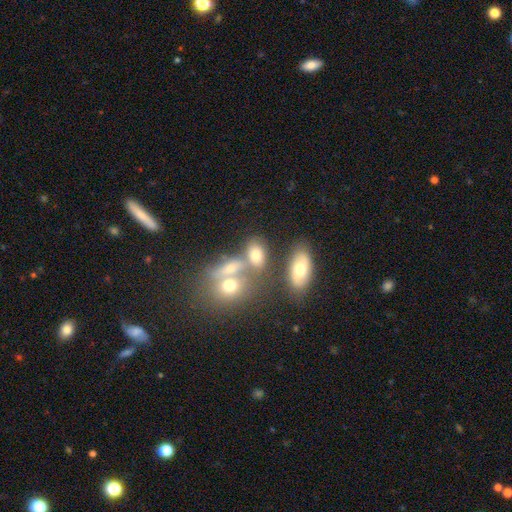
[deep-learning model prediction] A smooth galaxy with no disk features (70%) that is in between round and cigar-shaped (79%).

Vote fractions:
- Smooth or featured? smooth: 70% / featured or disk: 17% / star or artifact: 13%
- How rounded? in between: 79% / round: 17% / cigar-shaped: 3%
- Merging? none: 51% / merger: 29% / minor disturbance: 13% / major disturbance: 7%